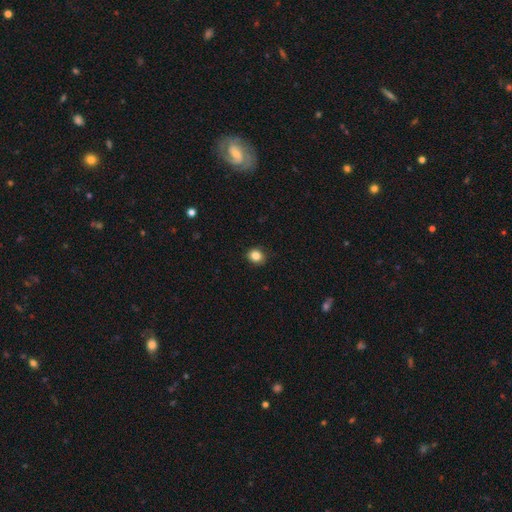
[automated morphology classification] smooth-or-featured: smooth: 84% | star or artifact: 11% | featured or disk: 5%
  how-rounded: round: 72% | in between: 27% | cigar-shaped: 1%
  merging: none: 88% | minor disturbance: 9% | major disturbance: 2% | merger: 1%